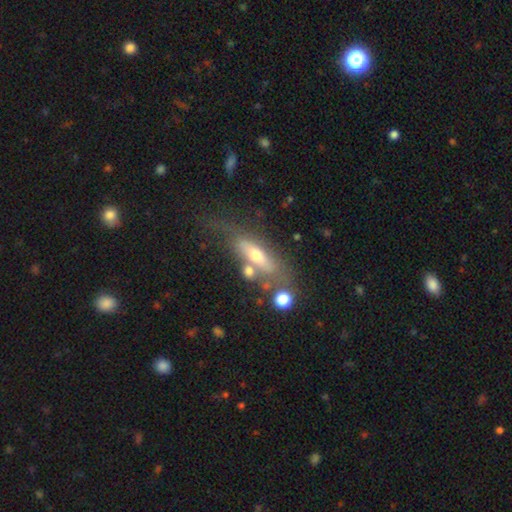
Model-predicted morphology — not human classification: type=featured or disk (51%); edge-on=yes (57%); merging=none (45%).